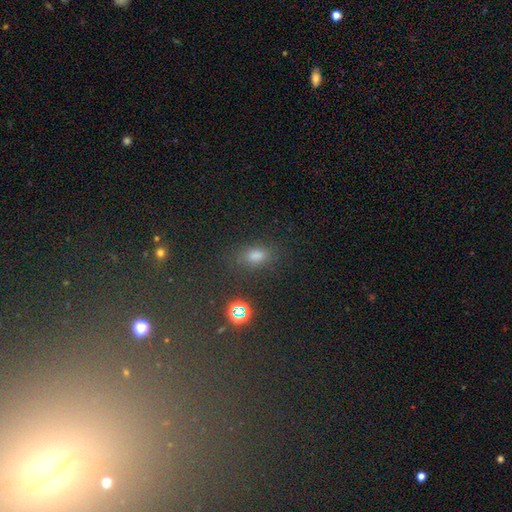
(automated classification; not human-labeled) A smooth galaxy with no disk features (68%) that is in between round and cigar-shaped (75%). Merging: none (77%).